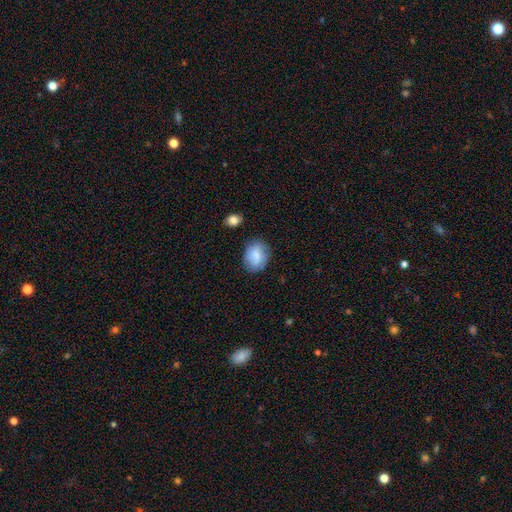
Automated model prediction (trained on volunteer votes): Overall: smooth (77%). How rounded: in between (55%; round 44%). Merging: none (74%).